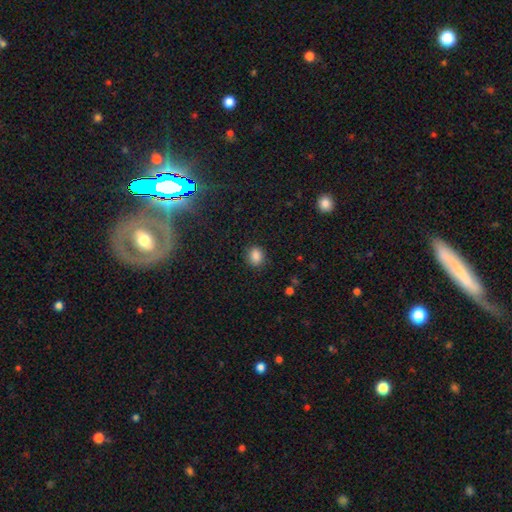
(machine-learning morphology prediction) smooth_or_featured: smooth (p=0.85) [alt: star or artifact p=0.11]
how_rounded: round (p=0.59) [alt: in between p=0.40]
merging: none (p=0.87) [alt: minor disturbance p=0.09]